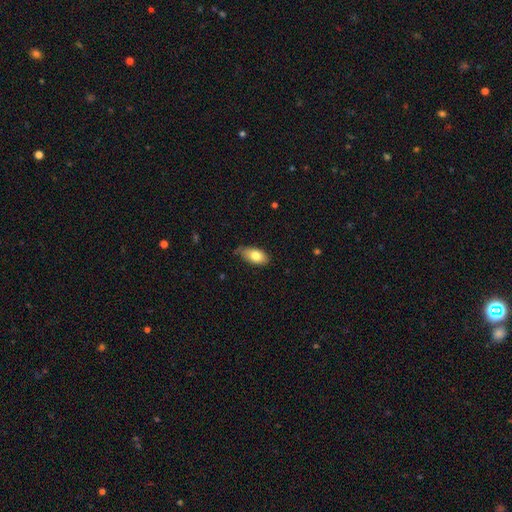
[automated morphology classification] Overall: smooth (78%). How rounded: in between (91%). Merging: none (63%; minor disturbance 31%).